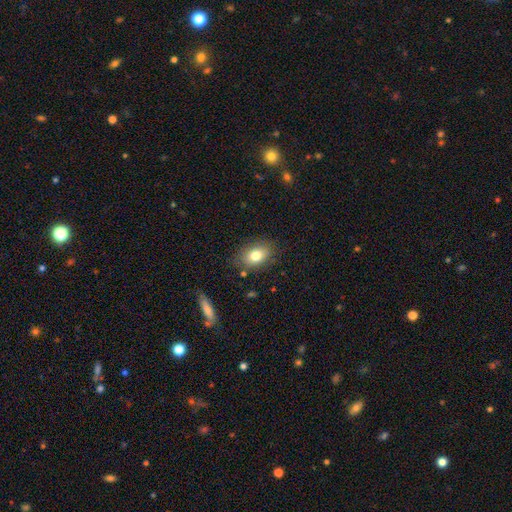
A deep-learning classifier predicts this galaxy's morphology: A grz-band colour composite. It shows a smooth galaxy with no disk features (79%) that is in between round and cigar-shaped (79%). Merging: none (80%).